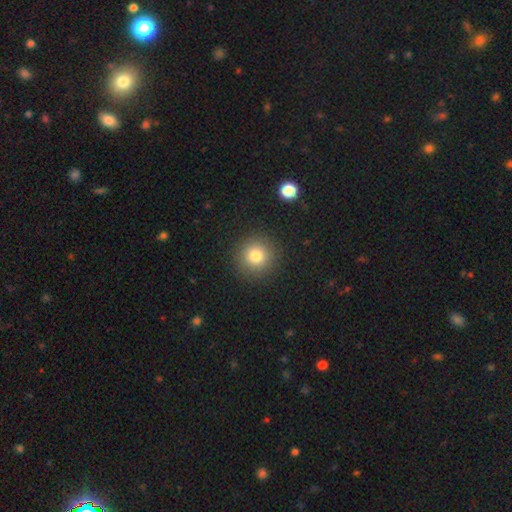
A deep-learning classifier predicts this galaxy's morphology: Q: Smooth or featured?
A: smooth (79%); runner-up: star or artifact (13%)
Q: How rounded?
A: round (94%); runner-up: in between (5%)
Q: Merging?
A: none (91%); runner-up: minor disturbance (6%)